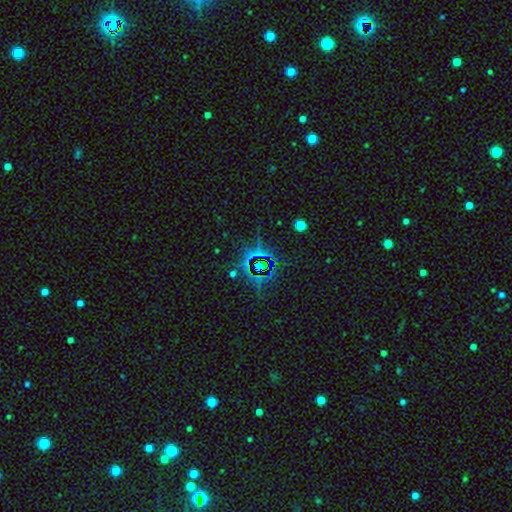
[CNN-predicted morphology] This appears to be a star or artifact, not a galaxy (78%).